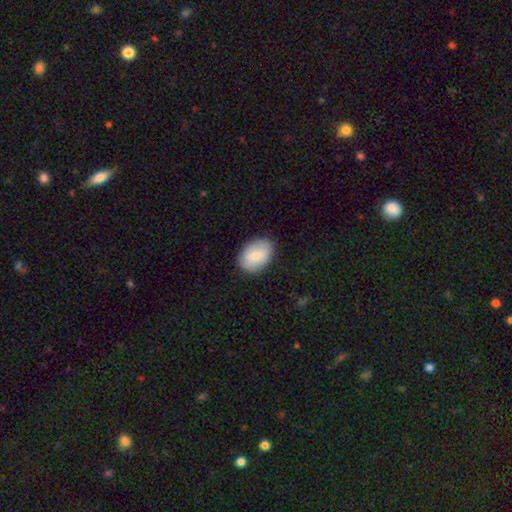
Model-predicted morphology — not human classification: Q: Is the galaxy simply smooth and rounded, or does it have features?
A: smooth — 78%.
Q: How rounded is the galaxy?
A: in between — 84%.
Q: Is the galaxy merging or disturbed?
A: none — 85%.